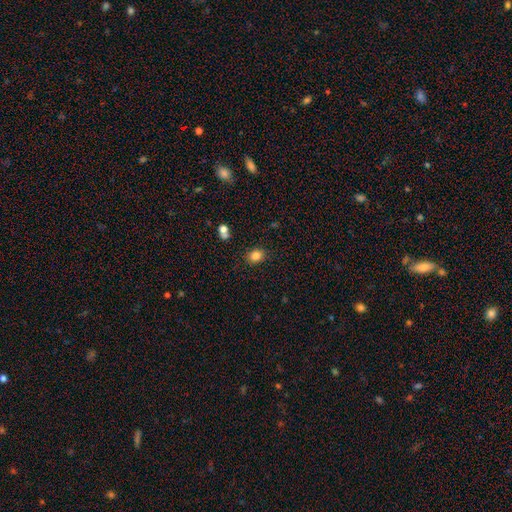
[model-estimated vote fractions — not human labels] Smooth or featured? smooth (83%)
How rounded? in between (51%)
Merging? none (85%)